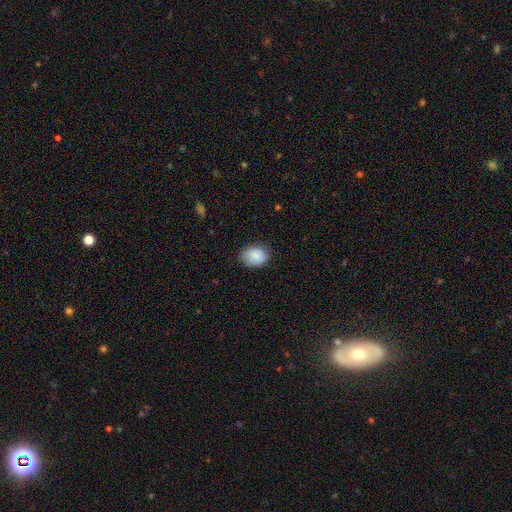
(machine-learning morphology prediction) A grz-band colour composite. It shows a smooth galaxy with no disk features (87%) that is in between round and cigar-shaped (62%). Merging: none (76%).